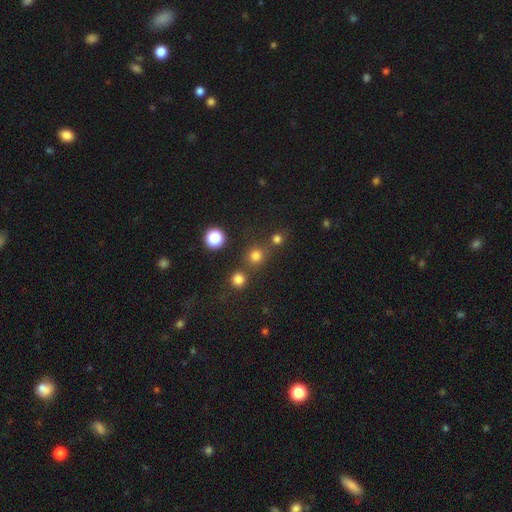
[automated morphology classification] Overall: smooth (75%). How rounded: round (90%). Merging: none (72%).